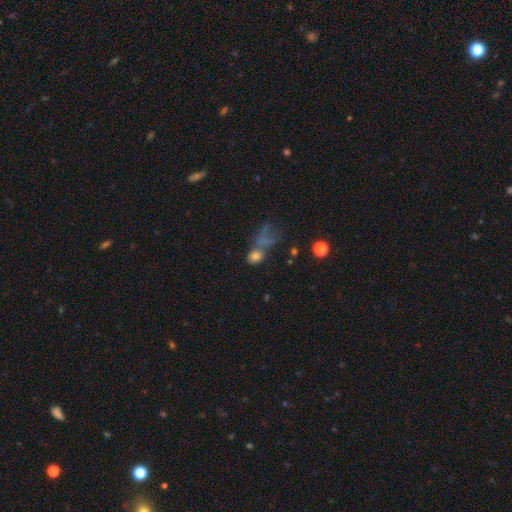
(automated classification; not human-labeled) Smooth or featured? smooth (72%)
How rounded? in between (53%)
Merging? merger (37%)